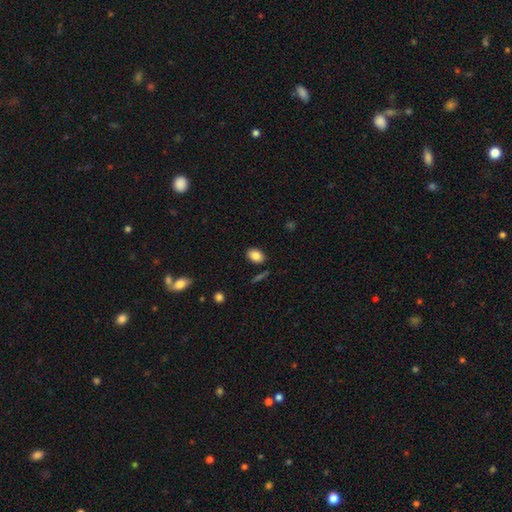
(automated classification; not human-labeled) smooth_or_featured: smooth (p=0.84) [alt: star or artifact p=0.08]
how_rounded: in between (p=0.86) [alt: round p=0.12]
merging: none (p=0.85) [alt: minor disturbance p=0.10]